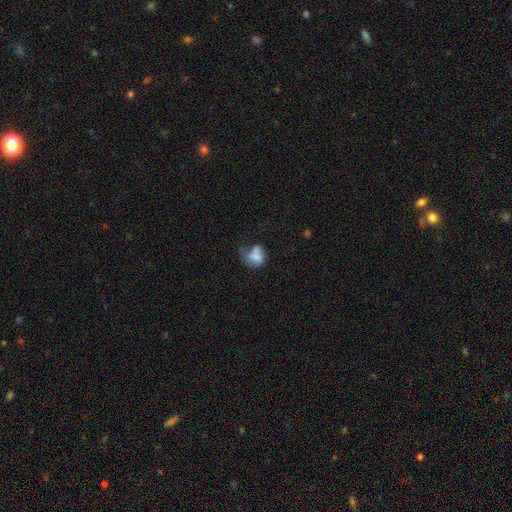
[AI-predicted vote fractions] Smooth or featured?
  - smooth: 67% *
  - featured or disk: 23%
  - star or artifact: 10%
How rounded?
  - in between: 51% *
  - round: 47%
  - cigar-shaped: 1%
Merging?
  - major disturbance: 30% *
  - none: 26%
  - minor disturbance: 25%
  - merger: 19%